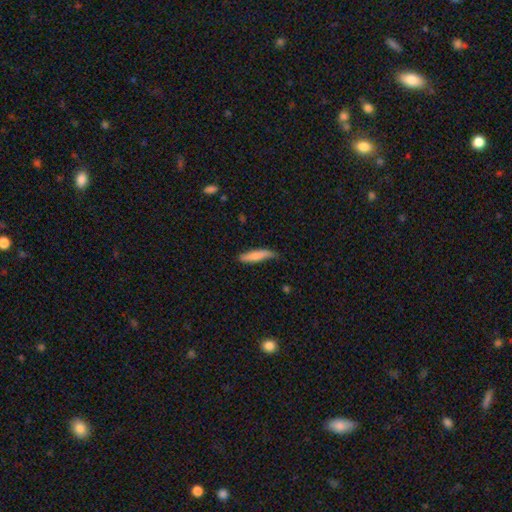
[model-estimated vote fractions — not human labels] This appears to be a smooth galaxy with no disk features (76%) that is cigar-shaped (82%). Merging: none (68%).